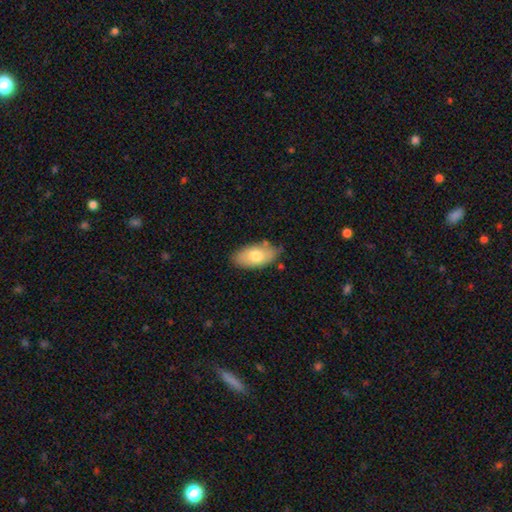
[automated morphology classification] A smooth galaxy with no disk features (74%) that is in between round and cigar-shaped (93%).

Vote fractions:
- Smooth or featured? smooth: 74% / featured or disk: 20% / star or artifact: 6%
- How rounded? in between: 93% / round: 4% / cigar-shaped: 3%
- Merging? none: 74% / minor disturbance: 20% / major disturbance: 3% / merger: 3%